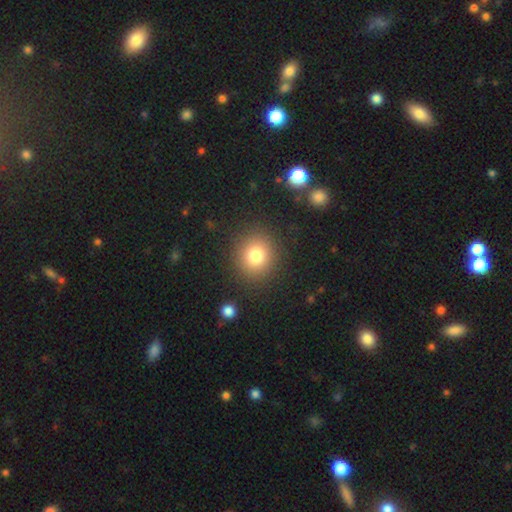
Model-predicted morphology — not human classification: Smooth or featured? Predicted: smooth (p=0.79). How rounded? Predicted: round (p=0.87). Merging? Predicted: none (p=0.89).